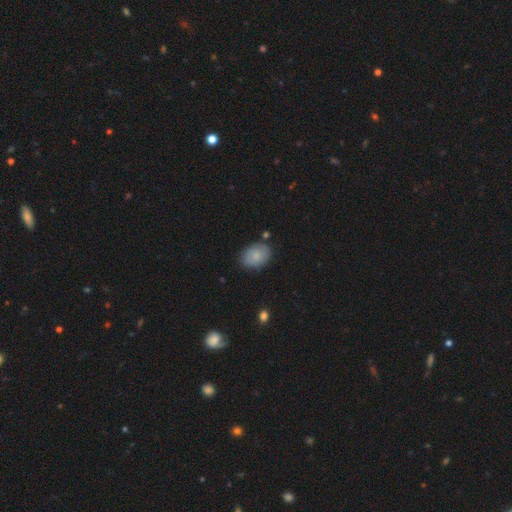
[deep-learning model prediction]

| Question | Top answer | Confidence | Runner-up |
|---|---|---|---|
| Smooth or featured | smooth | 81% | featured or disk (13%) |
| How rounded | in between | 78% | round (21%) |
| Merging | none | 77% | minor disturbance (17%) |